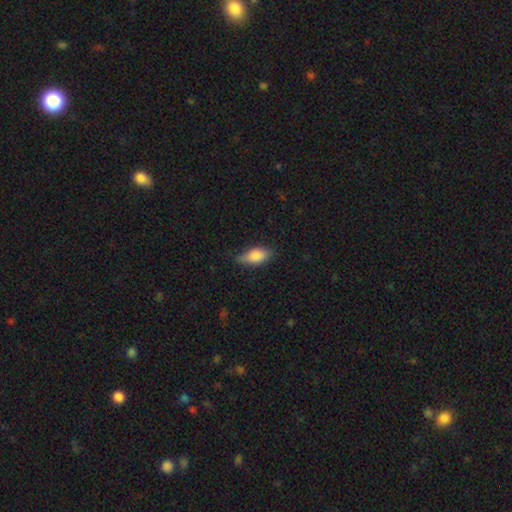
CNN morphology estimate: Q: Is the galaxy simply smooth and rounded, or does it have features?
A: smooth — 85%.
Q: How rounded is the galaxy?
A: in between — 89%.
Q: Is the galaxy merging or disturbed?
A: none — 66%.